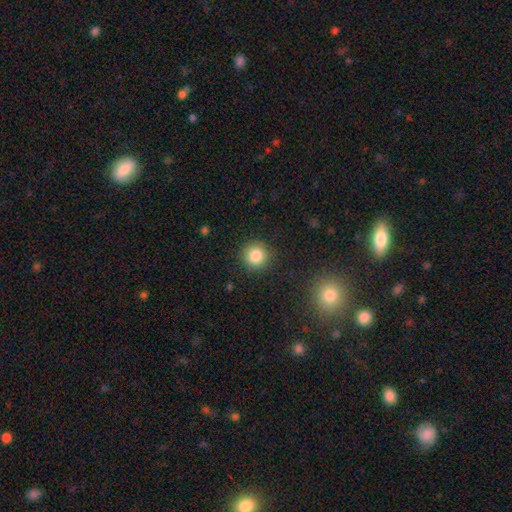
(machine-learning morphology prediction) Smooth or featured?
  - smooth: 84% *
  - star or artifact: 11%
  - featured or disk: 6%
How rounded?
  - round: 94% *
  - in between: 5%
  - cigar-shaped: 1%
Merging?
  - none: 90% *
  - minor disturbance: 7%
  - major disturbance: 2%
  - merger: 1%